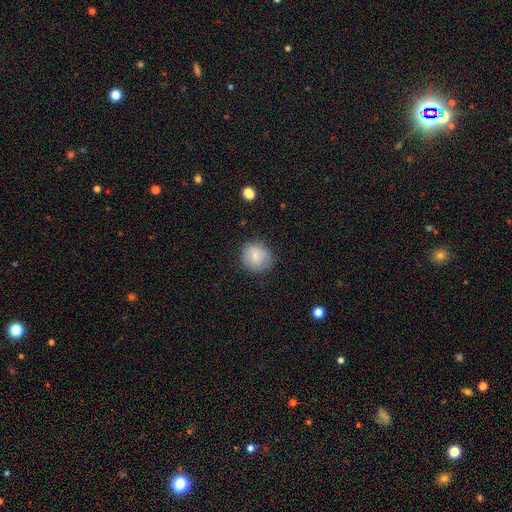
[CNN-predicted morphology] This appears to be a smooth galaxy with no disk features (80%) that is round (79%). Merging: none (78%).